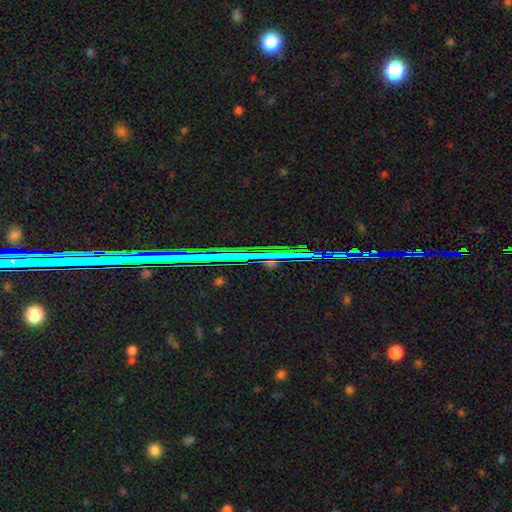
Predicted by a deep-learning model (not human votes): Smooth or featured? star or artifact (80%)